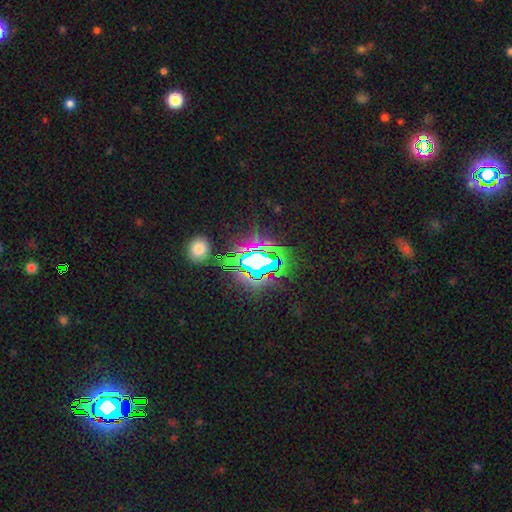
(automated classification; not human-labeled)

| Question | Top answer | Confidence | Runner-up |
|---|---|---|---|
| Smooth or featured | star or artifact | 78% | smooth (12%) |